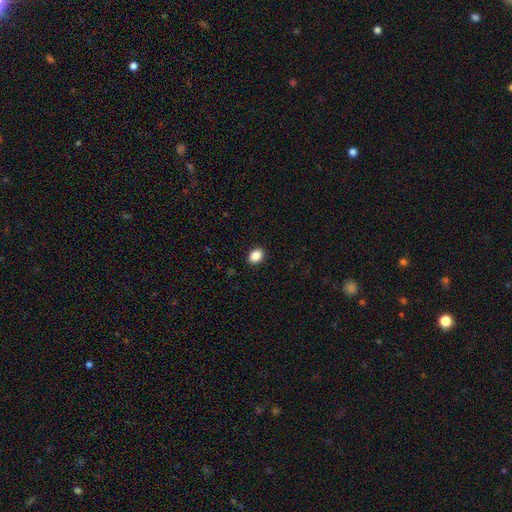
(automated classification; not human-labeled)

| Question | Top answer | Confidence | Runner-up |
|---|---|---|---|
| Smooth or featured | smooth | 87% | star or artifact (9%) |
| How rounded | in between | 63% | round (36%) |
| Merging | none | 90% | minor disturbance (7%) |